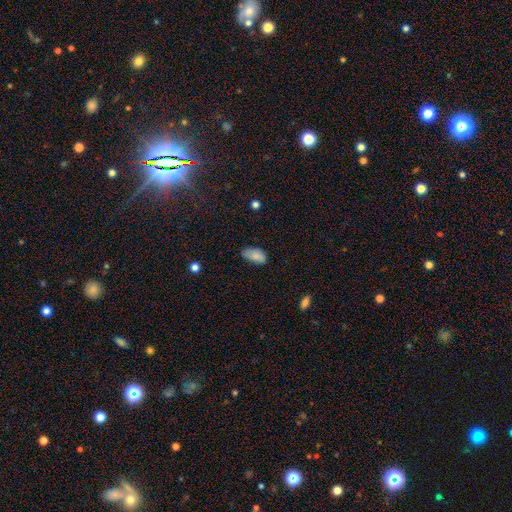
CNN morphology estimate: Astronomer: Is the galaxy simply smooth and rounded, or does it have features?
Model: smooth — 82%.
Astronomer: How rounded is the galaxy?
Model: in between — 94%.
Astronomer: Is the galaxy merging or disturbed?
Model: none — 65%.